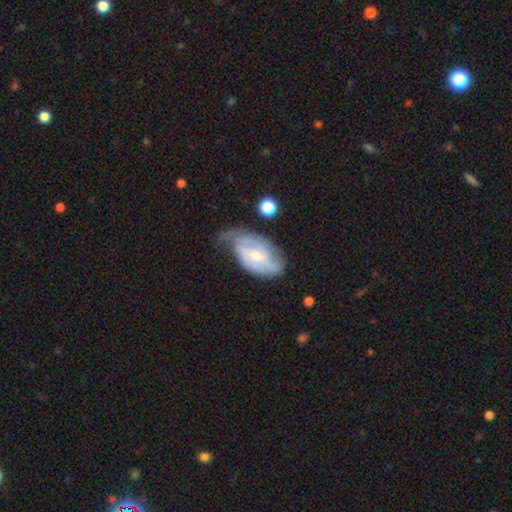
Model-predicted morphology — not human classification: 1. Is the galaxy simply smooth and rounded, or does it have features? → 71% featured or disk, 22% smooth, 6% star or artifact.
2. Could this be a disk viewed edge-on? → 94% no, 6% yes.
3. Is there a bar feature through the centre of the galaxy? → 46% no, 41% weak, 13% strong.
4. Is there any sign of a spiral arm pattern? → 86% yes, 14% no.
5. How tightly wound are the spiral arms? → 40% medium, 38% tight, 22% loose.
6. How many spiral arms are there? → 48% 2, 29% can't tell, 10% 3, 8% 1, 3% 4, 2% more than 4.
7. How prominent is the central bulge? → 51% small, 44% moderate, 2% none, 2% large, 1% dominant.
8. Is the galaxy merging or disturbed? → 41% none, 36% minor disturbance, 20% major disturbance, 3% merger.